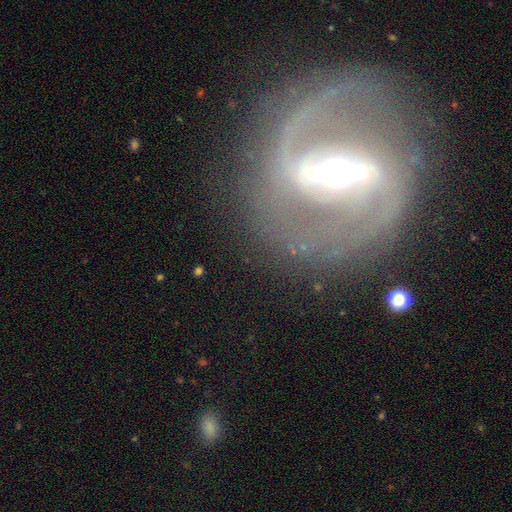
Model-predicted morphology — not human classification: Q: Smooth or featured?
A: featured or disk (89%); runner-up: star or artifact (6%)
Q: Edge-on disk?
A: no (94%); runner-up: yes (6%)
Q: Bar?
A: strong (74%); runner-up: weak (20%)
Q: Spiral arms?
A: yes (92%); runner-up: no (8%)
Q: Spiral winding?
A: medium (47%); runner-up: tight (35%)
Q: Spiral arm count?
A: 2 (85%); runner-up: can't tell (6%)
Q: Bulge size?
A: moderate (60%); runner-up: small (28%)
Q: Merging?
A: none (77%); runner-up: minor disturbance (13%)